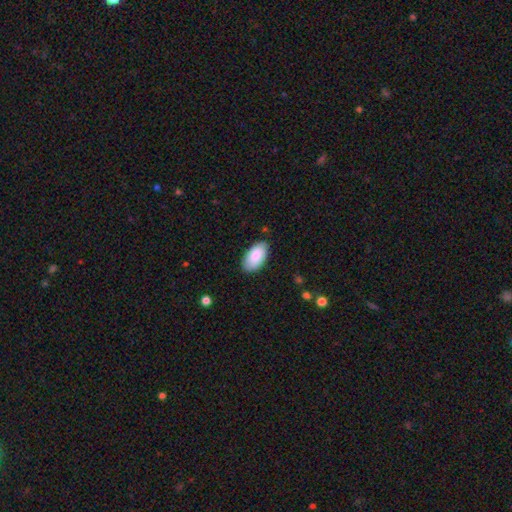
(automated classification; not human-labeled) Morphology: type=smooth (86%); roundness=in between (96%); merging=none (84%).